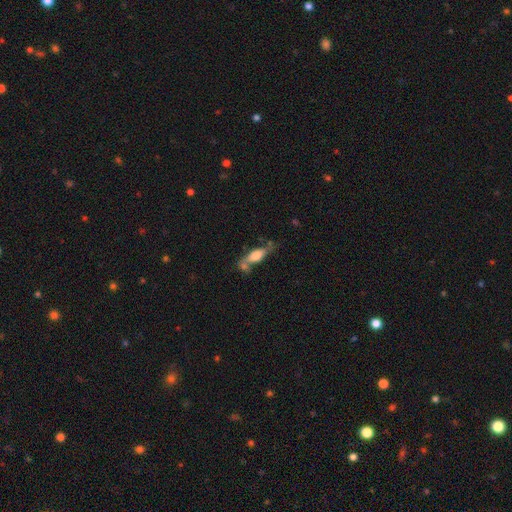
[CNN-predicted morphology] Smooth or featured? Predicted: smooth (p=0.58). How rounded? Predicted: in between (p=0.60). Merging? Predicted: none (p=0.41).